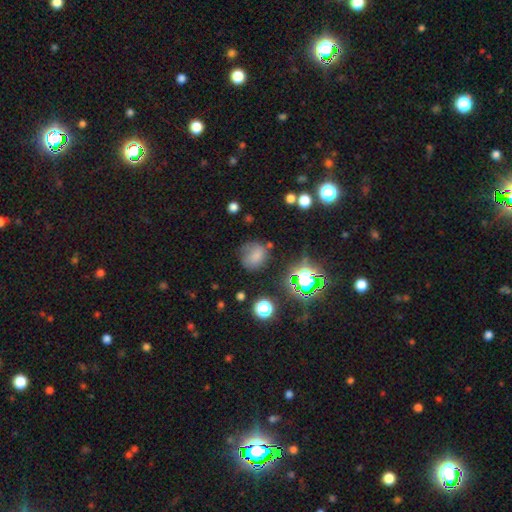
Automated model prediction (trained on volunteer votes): smooth 67%, star or artifact 20%, featured or disk 12%. Down the decision tree: how rounded — round (64%); merging — none (57%).